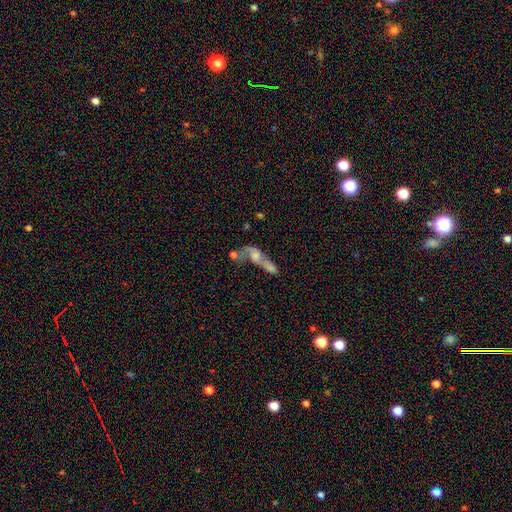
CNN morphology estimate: Smooth or featured?
  - featured or disk: 47% *
  - smooth: 41%
  - star or artifact: 12%
Merging?
  - merger: 62% *
  - major disturbance: 16%
  - none: 14%
  - minor disturbance: 8%